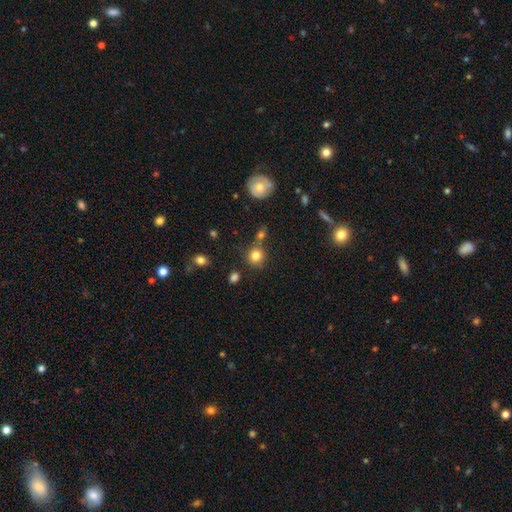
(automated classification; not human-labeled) The model was most divided on "merging": none: 68%, merger: 17%, minor disturbance: 11%, major disturbance: 4%. More confident: how rounded — round (88%); smooth or featured — smooth (80%).